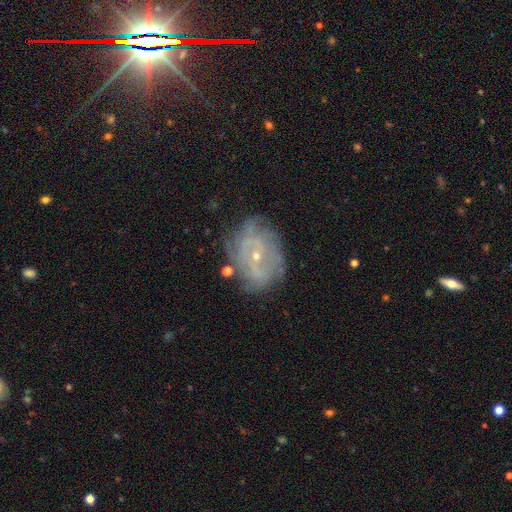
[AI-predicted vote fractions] Smooth or featured?
  - featured or disk: 73% *
  - smooth: 15%
  - star or artifact: 12%
Edge-on disk?
  - no: 96% *
  - yes: 4%
Bar?
  - no: 54% *
  - weak: 36%
  - strong: 10%
Spiral arms?
  - yes: 79% *
  - no: 21%
Spiral winding?
  - tight: 56% *
  - medium: 31%
  - loose: 13%
Spiral arm count?
  - can't tell: 49% *
  - 2: 19%
  - 3: 11%
  - 4: 9%
  - more than 4: 6%
  - 1: 5%
Bulge size?
  - small: 77% *
  - moderate: 20%
  - none: 2%
  - large: 1%
  - dominant: 1%
Merging?
  - none: 69% *
  - minor disturbance: 20%
  - major disturbance: 9%
  - merger: 3%